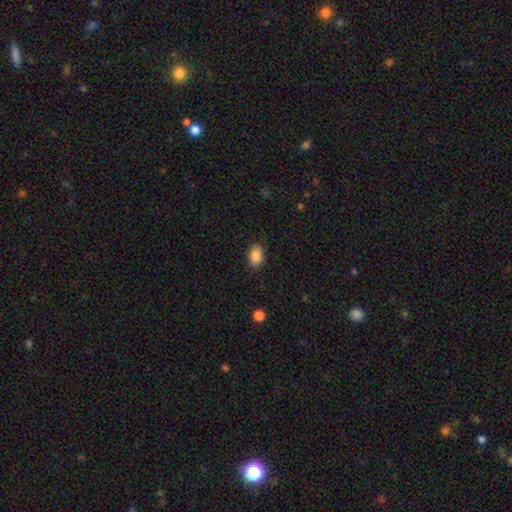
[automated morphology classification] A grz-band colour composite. It shows a smooth galaxy with no disk features (88%) that is in between round and cigar-shaped (86%). Merging: none (85%).